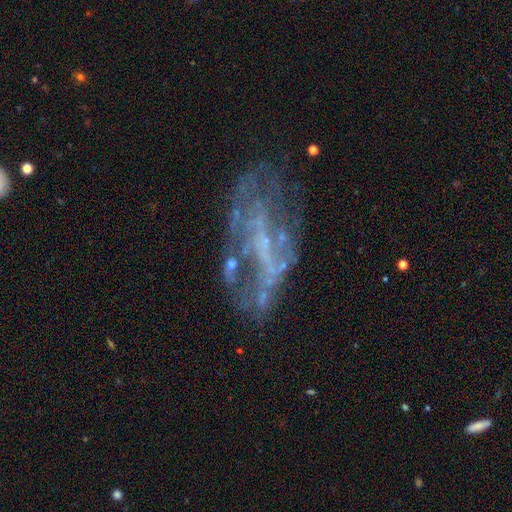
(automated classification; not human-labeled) This appears to be a featured or disk galaxy (73%) with no bar (56%), no spiral arms (62%) and no central bulge (53%). Merging: none (44%).